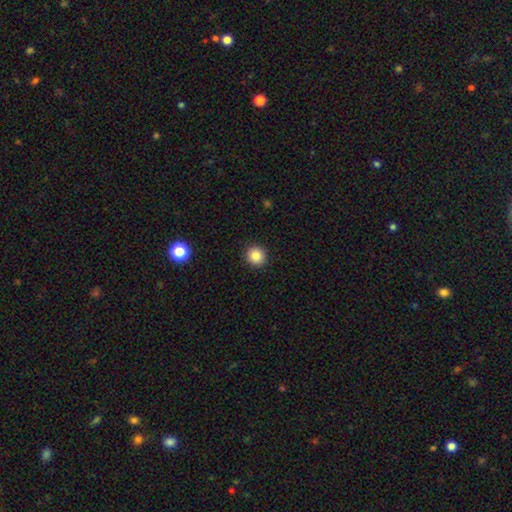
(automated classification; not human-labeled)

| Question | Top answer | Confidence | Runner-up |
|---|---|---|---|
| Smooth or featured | smooth | 85% | star or artifact (11%) |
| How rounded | round | 93% | in between (6%) |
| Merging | none | 92% | minor disturbance (5%) |